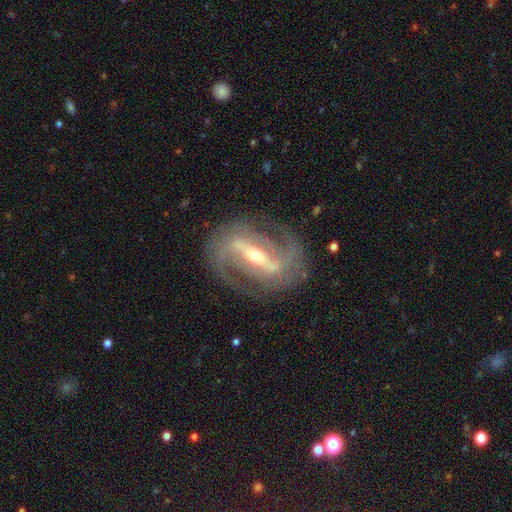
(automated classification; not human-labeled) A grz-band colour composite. It shows a featured or disk galaxy (90%) with a strong bar (75%), 2 (82%) medium (48%) spiral arms (96%) and a moderate central bulge (54%). Merging: none (80%).